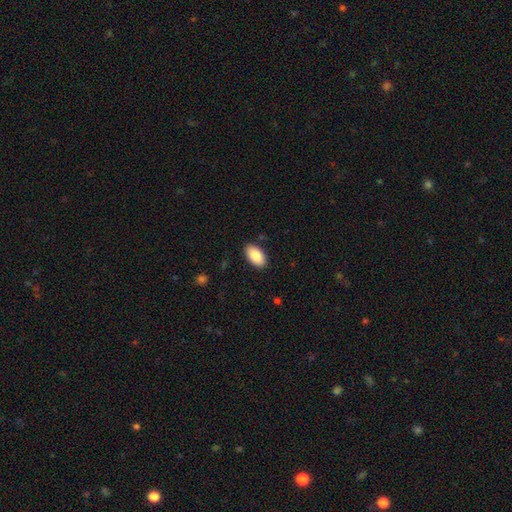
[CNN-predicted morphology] Smooth or featured: smooth — 88% (star or artifact — 6%)
How rounded: in between — 95% (round — 3%)
Merging: none — 88% (minor disturbance — 9%)